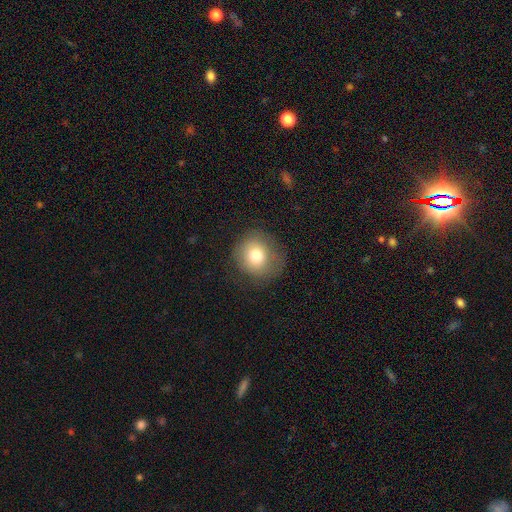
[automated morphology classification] Smooth or featured? smooth (76%)
How rounded? round (88%)
Merging? none (75%)